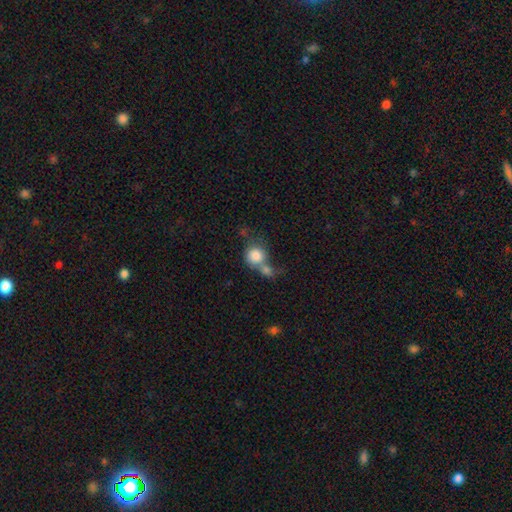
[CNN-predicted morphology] smooth_or_featured: smooth (p=0.81) [alt: featured or disk p=0.11]
how_rounded: round (p=0.84) [alt: in between p=0.15]
merging: merger (p=0.57) [alt: none p=0.26]